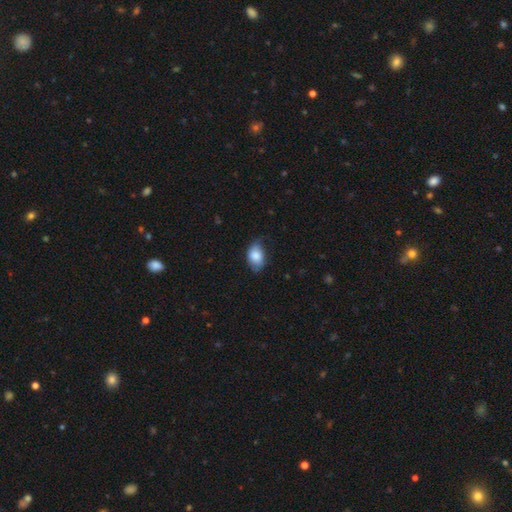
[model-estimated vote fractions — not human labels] A smooth galaxy with no disk features (83%) that is in between round and cigar-shaped (86%). Merging: none (65%).